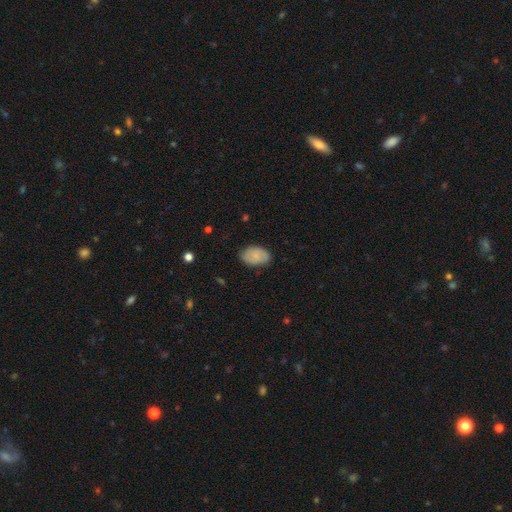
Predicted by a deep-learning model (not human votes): Morphology: type=smooth (76%); roundness=in between (90%); merging=none (80%).